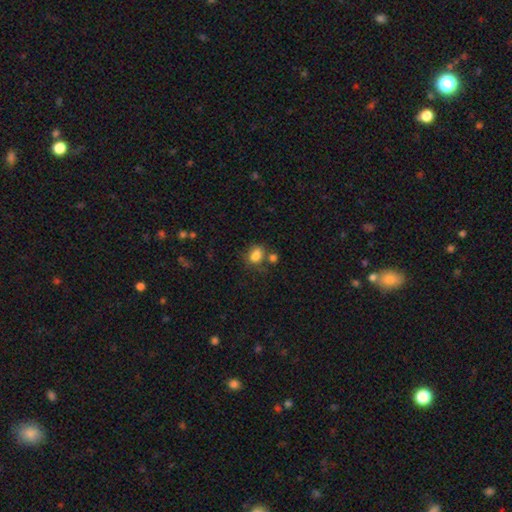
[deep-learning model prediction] Smooth or featured: smooth — 78% (star or artifact — 12%)
How rounded: in between — 62% (round — 36%)
Merging: none — 45% (merger — 23%)